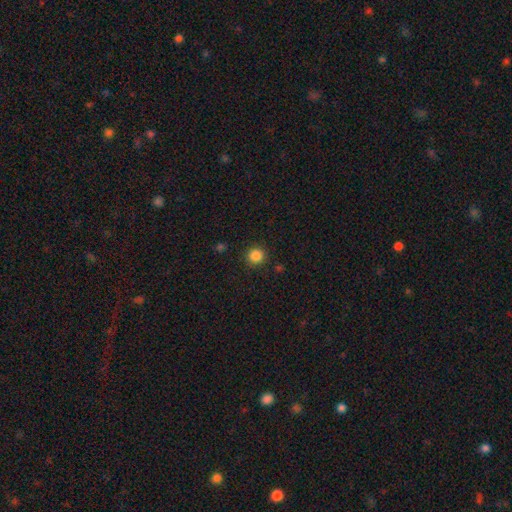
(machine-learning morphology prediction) Smooth or featured?
  - smooth: 85% *
  - star or artifact: 11%
  - featured or disk: 3%
How rounded?
  - round: 94% *
  - in between: 5%
  - cigar-shaped: 1%
Merging?
  - none: 91% *
  - minor disturbance: 6%
  - major disturbance: 2%
  - merger: 1%